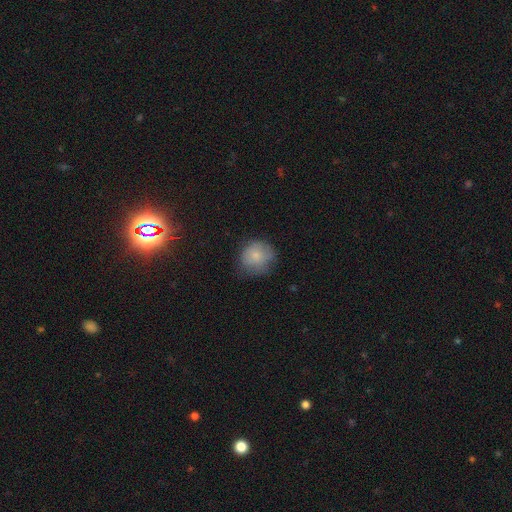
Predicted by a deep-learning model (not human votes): Overall: smooth (79%). How rounded: round (84%). Merging: none (59%; minor disturbance 29%).